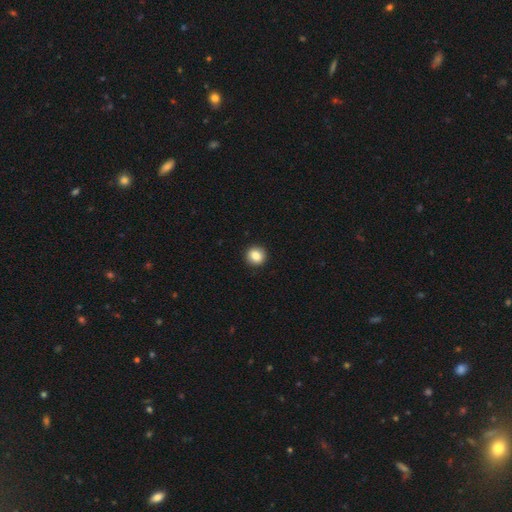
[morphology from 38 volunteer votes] smooth 92%, star or artifact 8%, featured or disk 0%. Down the decision tree: how rounded — round (97%); merging — none (91%).